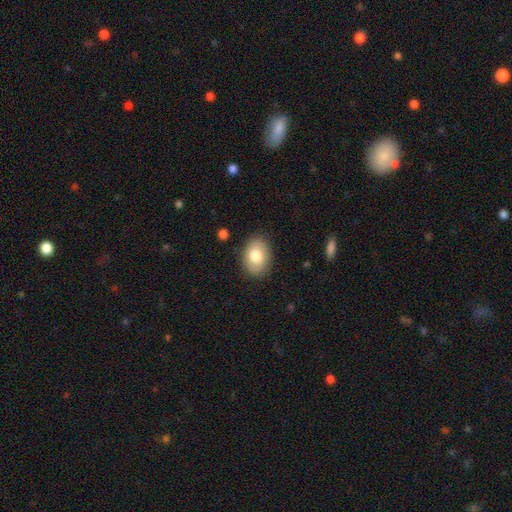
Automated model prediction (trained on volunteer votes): Smooth or featured?
  - smooth: 79% *
  - featured or disk: 14%
  - star or artifact: 7%
How rounded?
  - in between: 79% *
  - round: 20%
  - cigar-shaped: 1%
Merging?
  - none: 86% *
  - minor disturbance: 10%
  - major disturbance: 3%
  - merger: 1%